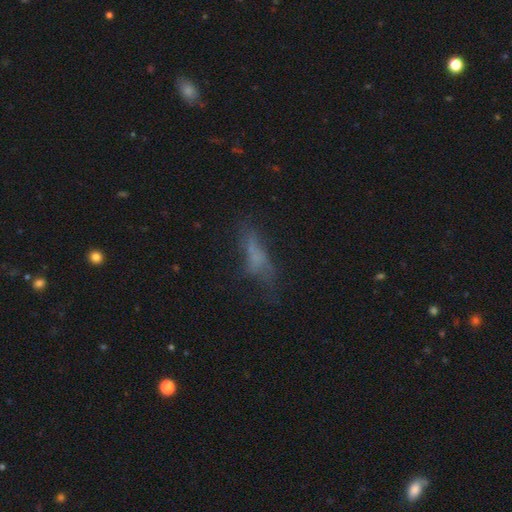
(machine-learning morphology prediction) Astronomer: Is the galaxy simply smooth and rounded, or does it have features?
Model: smooth — 49% (runner-up: featured or disk, 33%).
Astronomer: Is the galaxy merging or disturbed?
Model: none — 45% (runner-up: major disturbance, 25%).